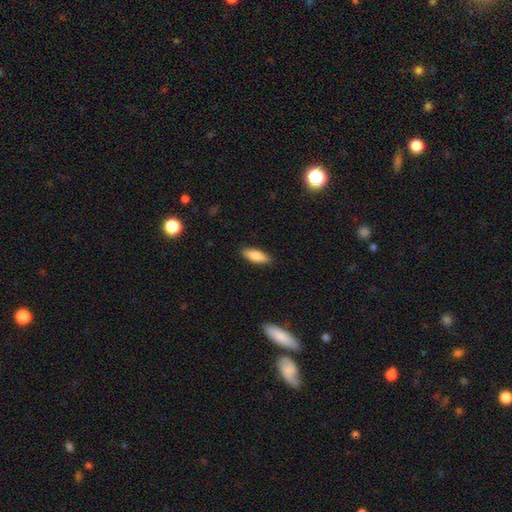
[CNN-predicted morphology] Smooth or featured? Predicted: smooth (p=0.83). How rounded? Predicted: in between (p=0.65). Merging? Predicted: none (p=0.88).